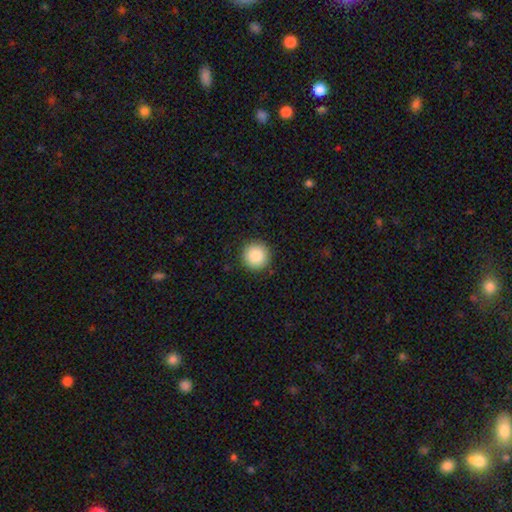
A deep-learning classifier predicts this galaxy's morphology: The model was most divided on "smooth or featured": smooth: 88%, star or artifact: 8%, featured or disk: 4%. More confident: how rounded — round (96%); merging — none (92%).